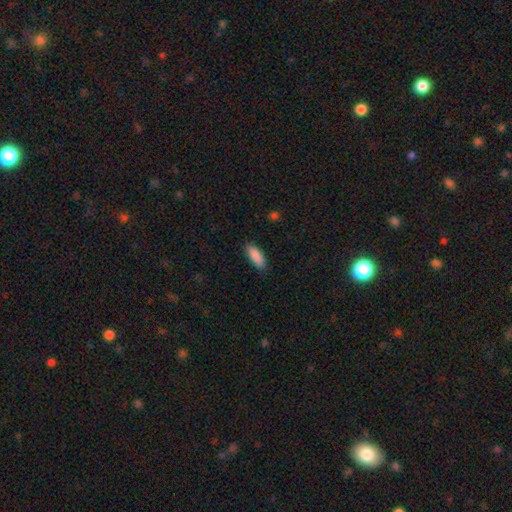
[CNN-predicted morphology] The model was most divided on "how rounded": in between: 75%, cigar-shaped: 23%, round: 2%. More confident: smooth or featured — smooth (89%); merging — none (83%).